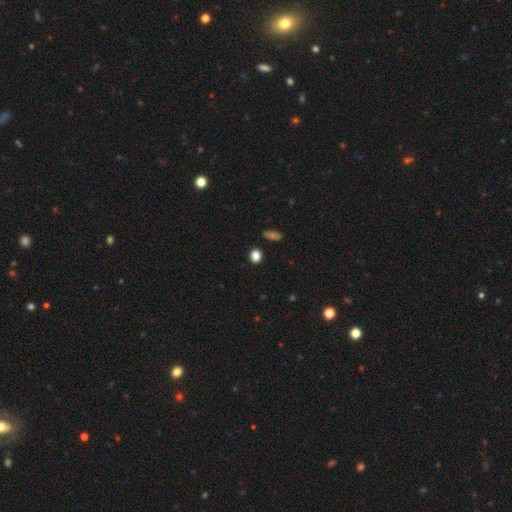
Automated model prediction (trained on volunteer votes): smooth-or-featured: smooth: 82% | star or artifact: 14% | featured or disk: 4%
  how-rounded: round: 62% | in between: 36% | cigar-shaped: 2%
  merging: none: 87% | minor disturbance: 8% | merger: 2% | major disturbance: 2%